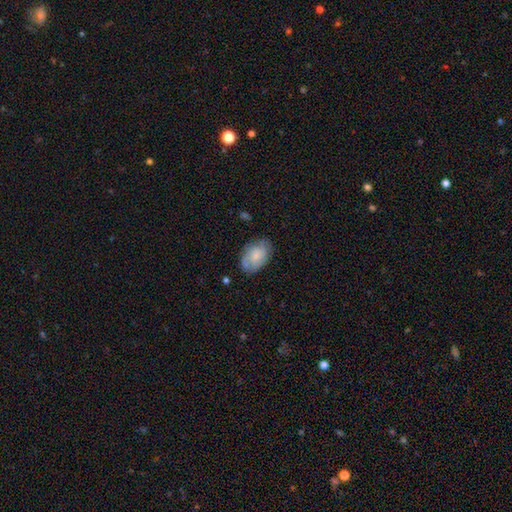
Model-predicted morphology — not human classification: Smooth or featured?
  - smooth: 50% *
  - featured or disk: 42%
  - star or artifact: 7%
How rounded?
  - in between: 87% *
  - round: 12%
  - cigar-shaped: 1%
Merging?
  - none: 73% *
  - minor disturbance: 20%
  - major disturbance: 6%
  - merger: 1%